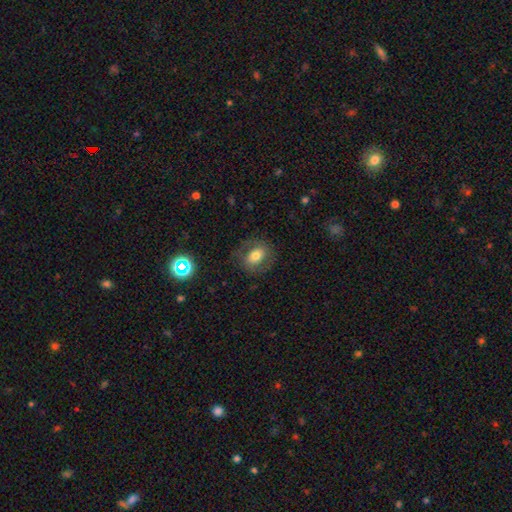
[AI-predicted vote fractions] The model was most divided on "how rounded": in between: 58%, round: 41%, cigar-shaped: 1%. More confident: merging — none (74%); smooth or featured — smooth (58%).